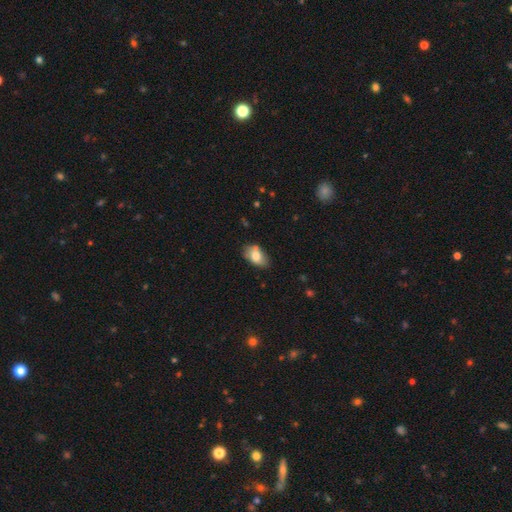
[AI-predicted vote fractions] A smooth galaxy with no disk features (75%) that is in between round and cigar-shaped (90%).

Vote fractions:
- Smooth or featured? smooth: 75% / featured or disk: 17% / star or artifact: 7%
- How rounded? in between: 90% / round: 8% / cigar-shaped: 2%
- Merging? none: 61% / minor disturbance: 29% / major disturbance: 7% / merger: 3%